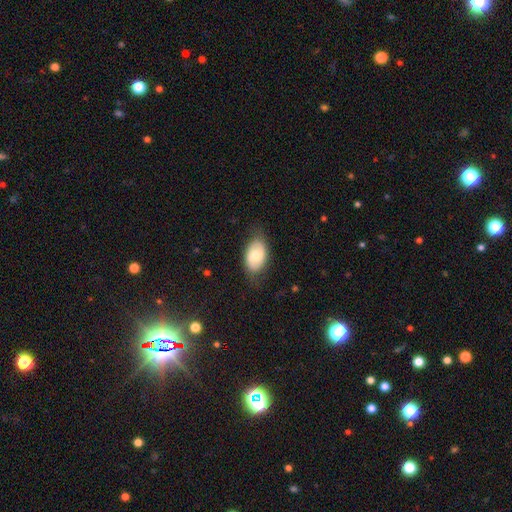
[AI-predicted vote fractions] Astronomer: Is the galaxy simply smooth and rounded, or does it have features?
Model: smooth — 67%.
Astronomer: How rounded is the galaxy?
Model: in between — 91%.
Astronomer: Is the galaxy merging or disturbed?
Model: none — 75%.